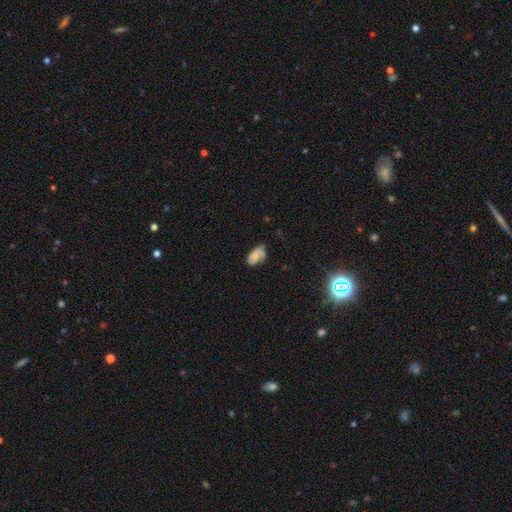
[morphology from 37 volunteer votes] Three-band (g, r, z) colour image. It shows a smooth galaxy with no disk features (68%) that is in between round and cigar-shaped (96%). Merging: minor disturbance (46%).